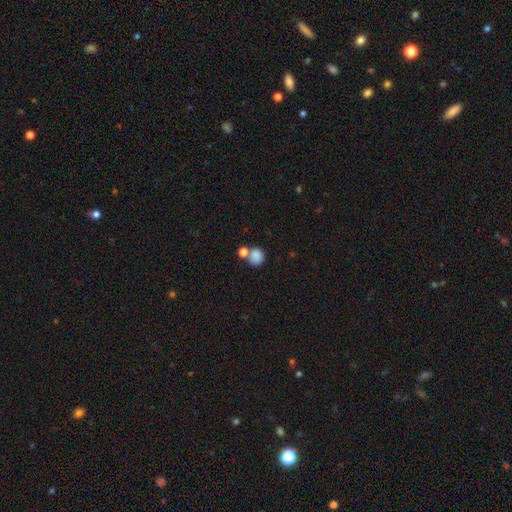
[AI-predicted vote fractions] This is clearly a smooth galaxy (84%). How rounded: clearly round (80%). Merging: possibly none (49%).